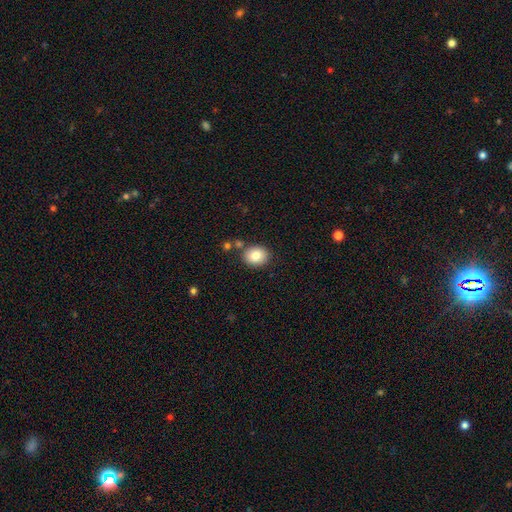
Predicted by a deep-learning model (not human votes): Smooth or featured? Predicted: smooth (p=0.82). How rounded? Predicted: round (p=0.59). Merging? Predicted: none (p=0.81).